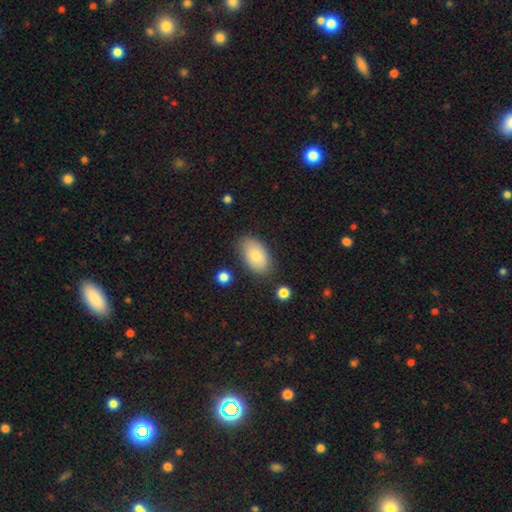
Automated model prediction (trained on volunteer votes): Smooth or featured? smooth (78%)
How rounded? in between (92%)
Merging? none (79%)